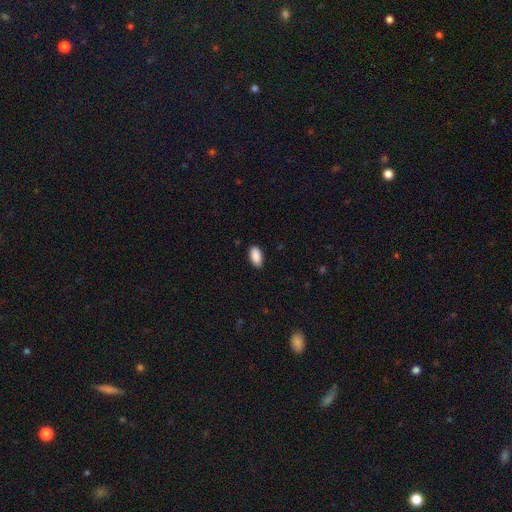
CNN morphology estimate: A smooth galaxy with no disk features (90%) that is in between round and cigar-shaped (94%). Merging: none (85%).